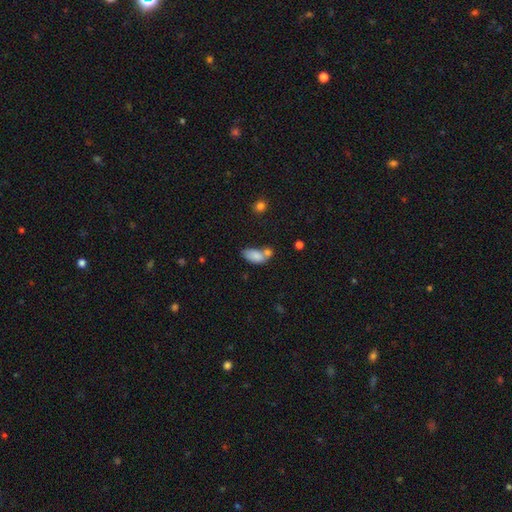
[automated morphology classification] type=smooth (81%); roundness=in between (92%); merging=none (40%).